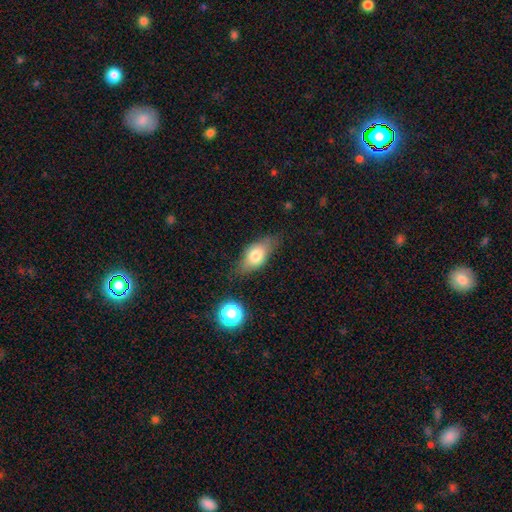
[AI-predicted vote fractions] Morphology: type=smooth (70%); roundness=in between (80%); merging=none (70%).